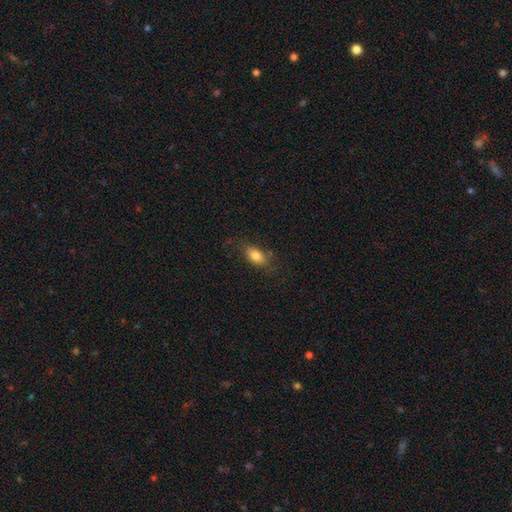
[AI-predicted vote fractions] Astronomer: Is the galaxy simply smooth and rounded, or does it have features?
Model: smooth — 80%.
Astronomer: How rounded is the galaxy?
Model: in between — 85%.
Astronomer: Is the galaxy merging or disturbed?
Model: none — 72%.